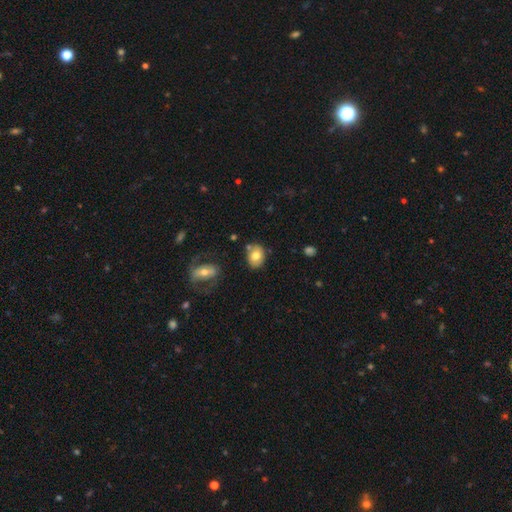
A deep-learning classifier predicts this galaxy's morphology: A smooth galaxy with no disk features (74%) that is in between round and cigar-shaped (62%).

Vote fractions:
- Smooth or featured? smooth: 74% / featured or disk: 18% / star or artifact: 8%
- How rounded? in between: 62% / round: 37% / cigar-shaped: 1%
- Merging? none: 73% / minor disturbance: 15% / merger: 8% / major disturbance: 4%